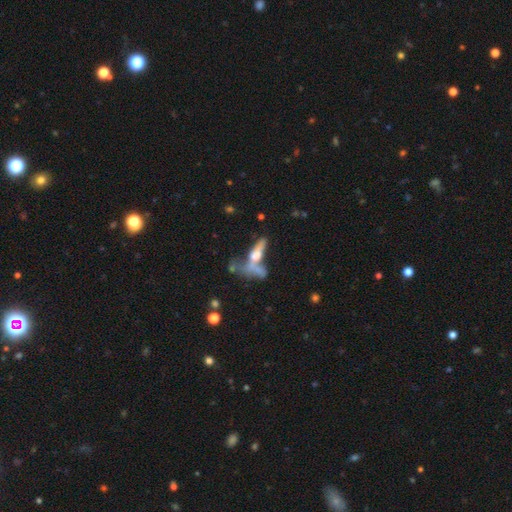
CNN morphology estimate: Q: Smooth or featured?
A: featured or disk (48%); runner-up: smooth (41%)
Q: Merging?
A: merger (45%); runner-up: none (23%)